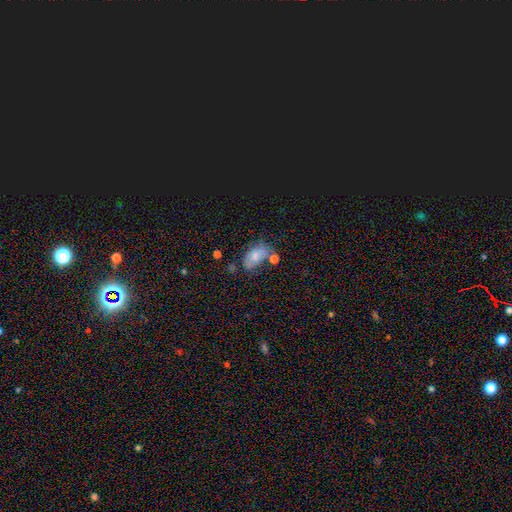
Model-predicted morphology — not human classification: Smooth or featured? Predicted: smooth (p=0.67). How rounded? Predicted: in between (p=0.90). Merging? Predicted: none (p=0.47).